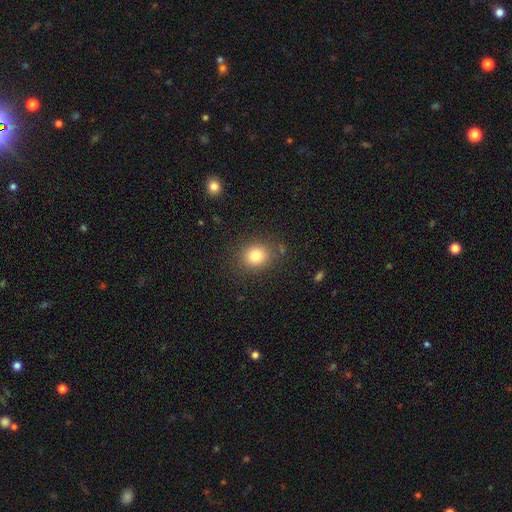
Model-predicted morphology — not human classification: smooth_or_featured: smooth (p=0.80) [alt: star or artifact p=0.12]
how_rounded: round (p=0.74) [alt: in between p=0.25]
merging: none (p=0.84) [alt: minor disturbance p=0.10]